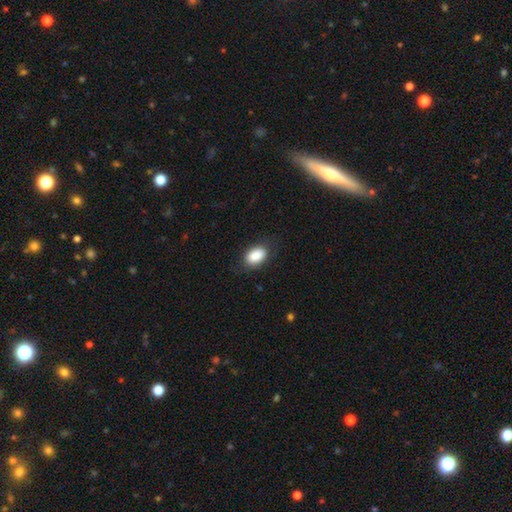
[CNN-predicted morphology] A smooth galaxy with no disk features (88%) that is in between round and cigar-shaped (90%). Merging: none (81%).